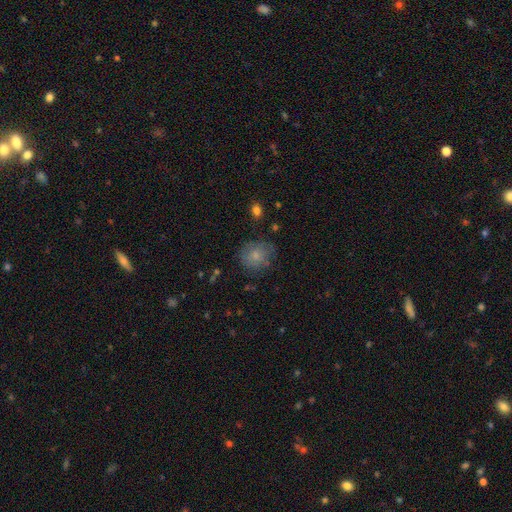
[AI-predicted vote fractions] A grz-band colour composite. It shows a smooth galaxy with no disk features (76%) that is round (78%). Merging: none (70%).